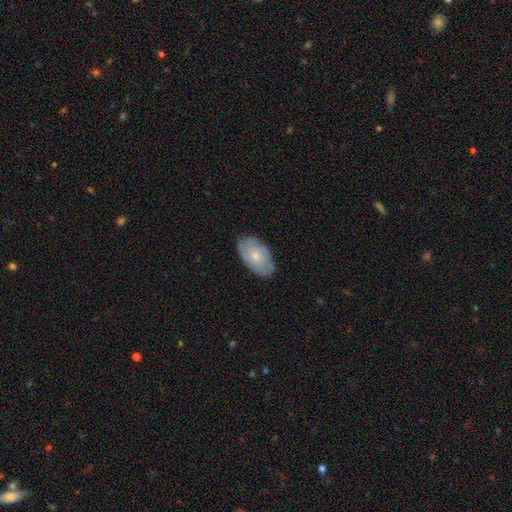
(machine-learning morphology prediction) Smooth or featured? smooth (65%)
How rounded? in between (93%)
Merging? none (81%)